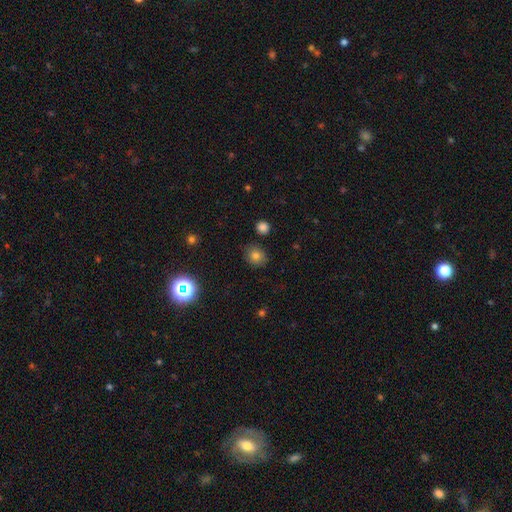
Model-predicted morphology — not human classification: Overall: smooth (77%). How rounded: round (70%). Merging: none (83%).